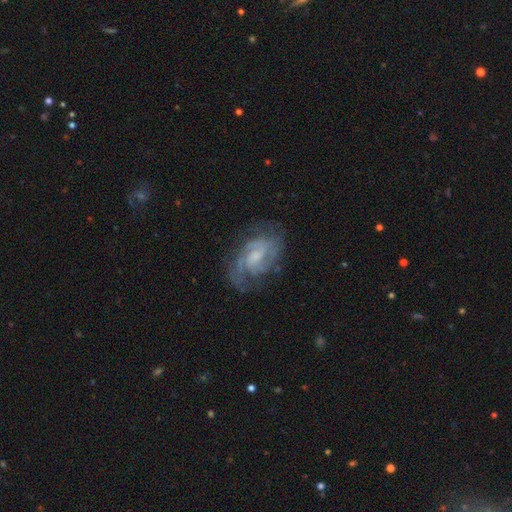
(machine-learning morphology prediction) The model was most divided on "spiral winding": tight: 45%, medium: 44%, loose: 12%. Remaining: edge-on disk — no (97%); spiral arms — yes (93%); smooth or featured — featured or disk (81%); merging — none (68%); spiral arm count — 2 (51%); bar — weak (49%); bulge size — small (42%).